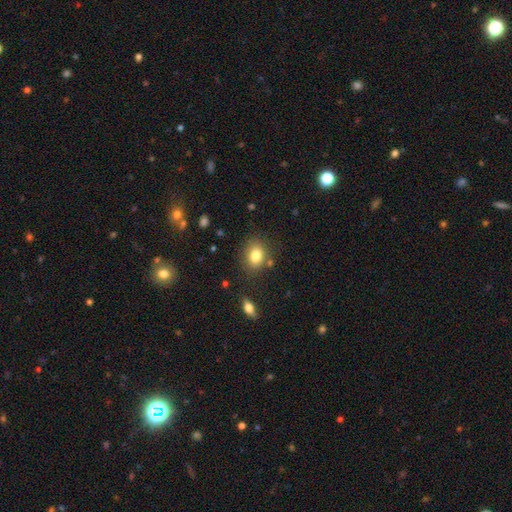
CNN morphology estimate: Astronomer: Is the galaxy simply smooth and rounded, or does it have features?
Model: smooth — 81%.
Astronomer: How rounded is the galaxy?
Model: in between — 54% (runner-up: round, 44%).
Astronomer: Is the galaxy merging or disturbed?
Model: none — 79%.